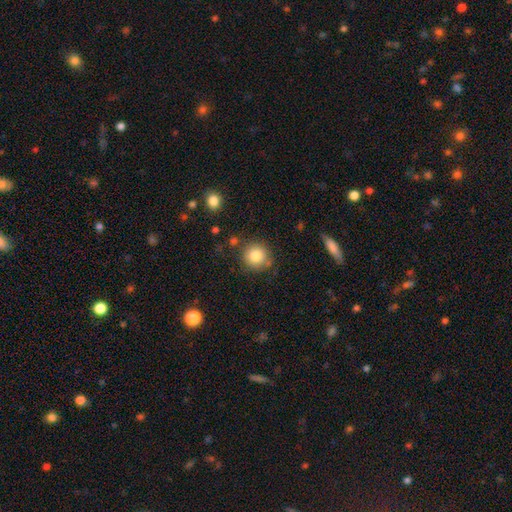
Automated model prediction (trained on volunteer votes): A smooth galaxy with no disk features (82%) that is round (93%). Merging: none (81%).